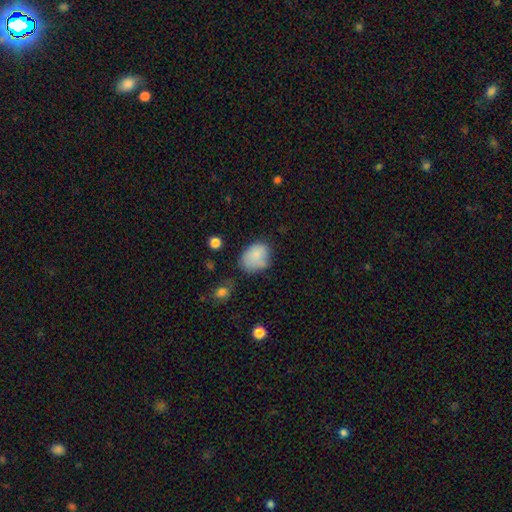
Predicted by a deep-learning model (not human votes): A smooth galaxy with no disk features (81%) that is in between round and cigar-shaped (69%). Merging: none (52%).